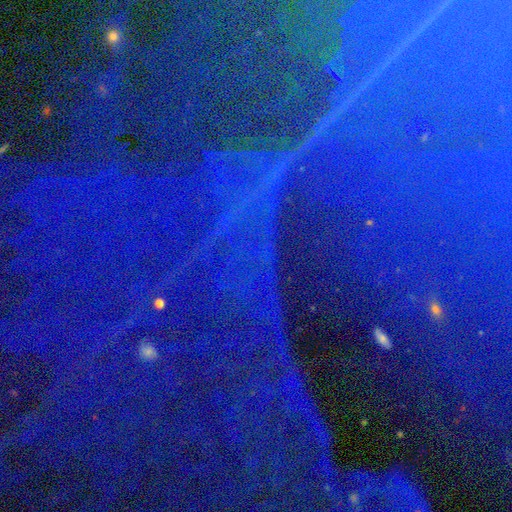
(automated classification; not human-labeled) Q: Smooth or featured?
A: star or artifact (88%); runner-up: featured or disk (6%)